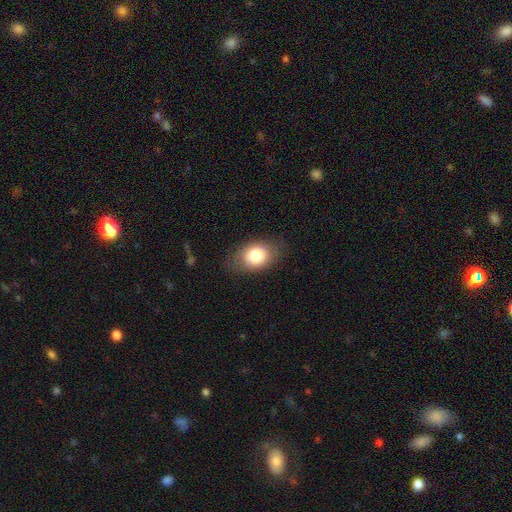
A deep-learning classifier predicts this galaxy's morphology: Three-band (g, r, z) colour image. It shows a smooth galaxy with no disk features (81%) that is in between round and cigar-shaped (74%). Merging: none (78%).